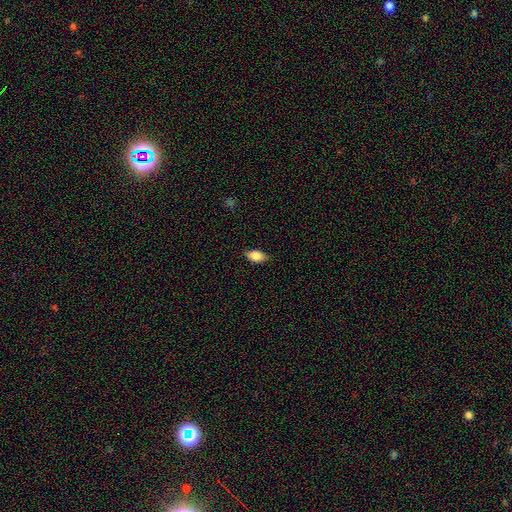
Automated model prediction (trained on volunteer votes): smooth_or_featured: smooth (p=0.84) [alt: featured or disk p=0.09]
how_rounded: in between (p=0.89) [alt: round p=0.06]
merging: none (p=0.81) [alt: minor disturbance p=0.15]